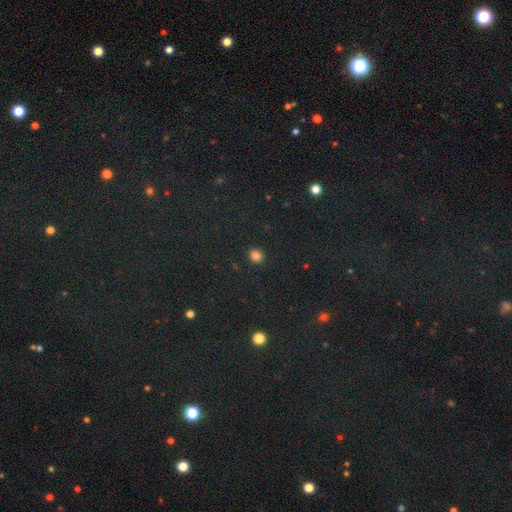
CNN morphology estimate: smooth_or_featured: smooth (p=0.83) [alt: star or artifact p=0.14]
how_rounded: round (p=0.72) [alt: in between p=0.27]
merging: none (p=0.90) [alt: minor disturbance p=0.07]